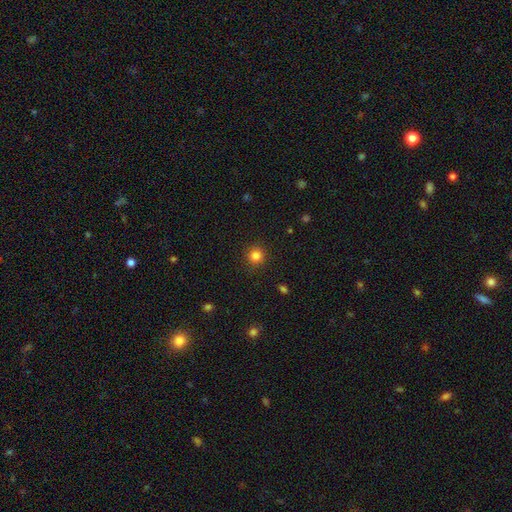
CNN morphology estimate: type=smooth (82%); roundness=round (94%); merging=none (91%).